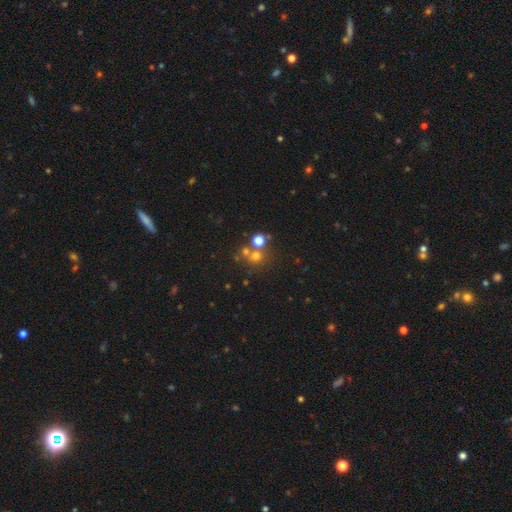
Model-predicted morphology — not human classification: Overall: smooth (62%; star or artifact 25%). How rounded: round (86%). Merging: none (58%; merger 30%).